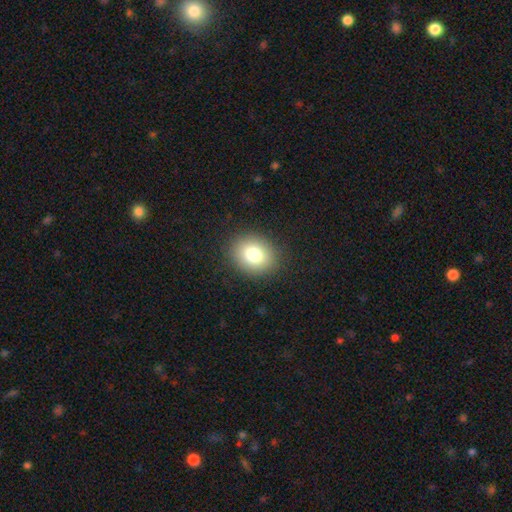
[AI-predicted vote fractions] Morphology: type=smooth (80%); roundness=round (61%); merging=none (92%).